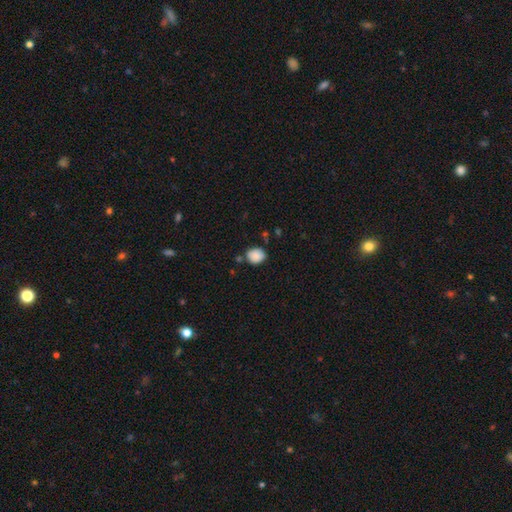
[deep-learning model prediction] Smooth or featured? Predicted: smooth (p=0.88). How rounded? Predicted: round (p=0.57). Merging? Predicted: none (p=0.73).